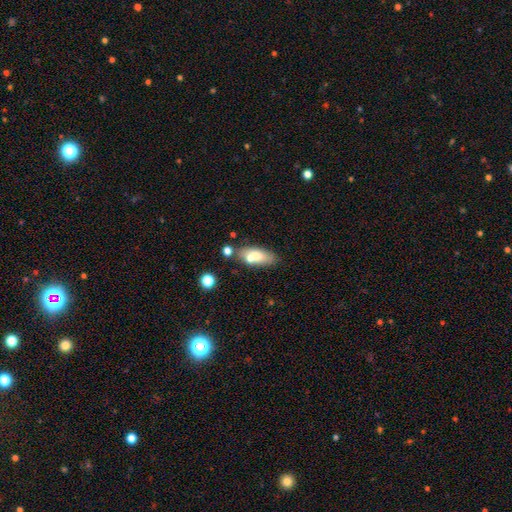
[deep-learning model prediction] smooth 70%, featured or disk 21%, star or artifact 8%. Down the decision tree: how rounded — in between (79%); merging — none (61%).